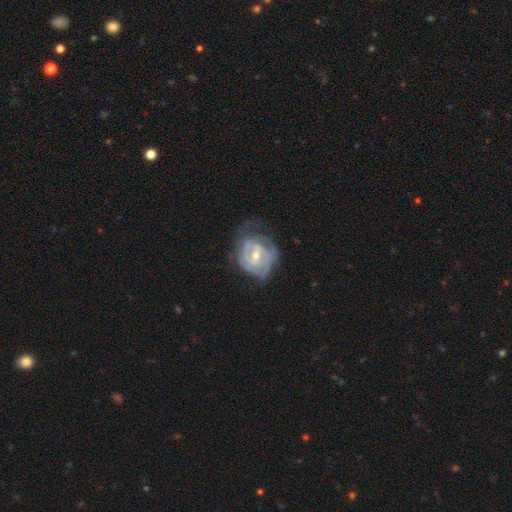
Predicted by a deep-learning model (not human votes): Smooth or featured? Predicted: featured or disk (p=0.79). Edge-on disk? Predicted: no (p=0.97). Bar? Predicted: weak (p=0.48). Spiral arms? Predicted: yes (p=0.82). Spiral winding? Predicted: tight (p=0.60). Spiral arm count? Predicted: can't tell (p=0.40). Bulge size? Predicted: moderate (p=0.55). Merging? Predicted: none (p=0.49).